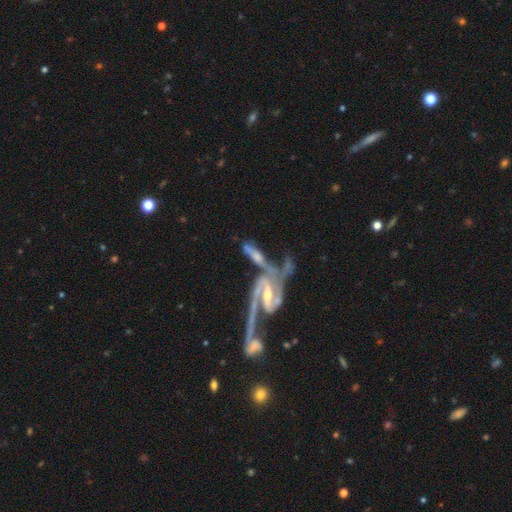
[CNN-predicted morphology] Smooth or featured: featured or disk — 78% (smooth — 16%)
Edge-on disk: no — 83% (yes — 17%)
Bar: weak — 39% (no — 31%)
Spiral arms: yes — 89% (no — 11%)
Spiral winding: loose — 41% (medium — 38%)
Spiral arm count: 2 — 80% (can't tell — 8%)
Bulge size: moderate — 45% (small — 44%)
Merging: merger — 59% (none — 18%)